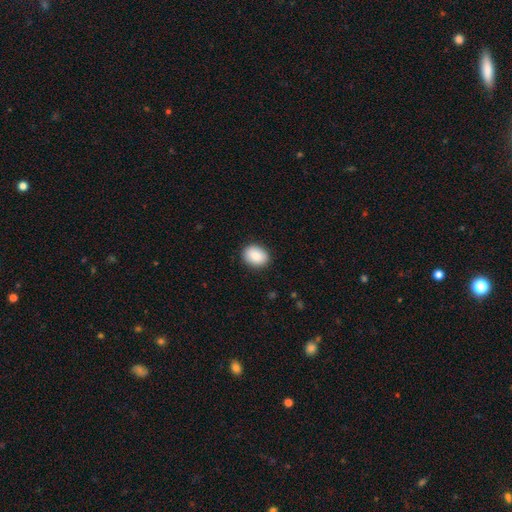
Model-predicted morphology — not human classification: This appears to be a smooth galaxy with no disk features (87%) that is in between round and cigar-shaped (66%). Merging: none (89%).